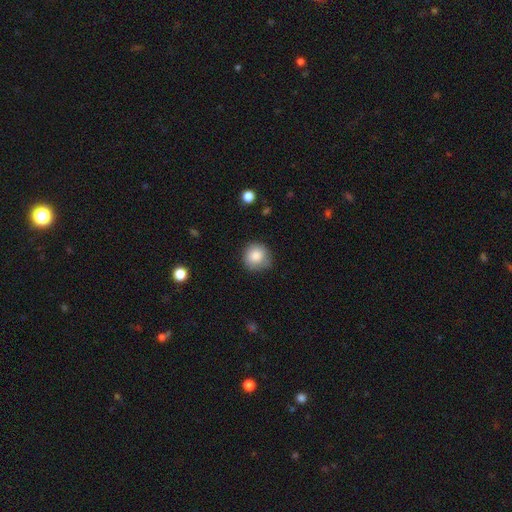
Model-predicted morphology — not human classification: smooth-or-featured: smooth: 85% | star or artifact: 8% | featured or disk: 7%
  how-rounded: round: 92% | in between: 7% | cigar-shaped: 1%
  merging: none: 78% | minor disturbance: 17% | major disturbance: 4% | merger: 1%